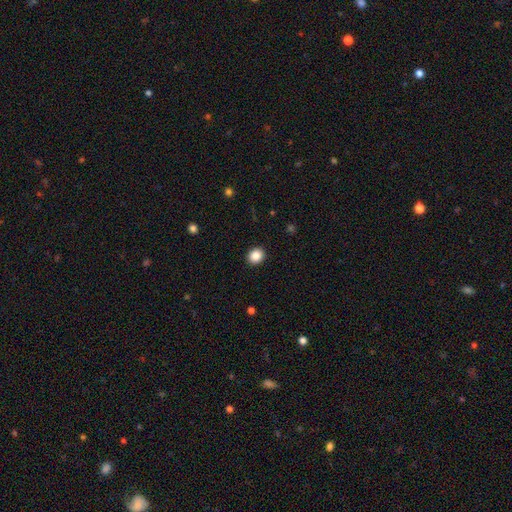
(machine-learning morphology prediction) Smooth or featured? smooth (87%)
How rounded? round (72%)
Merging? none (92%)